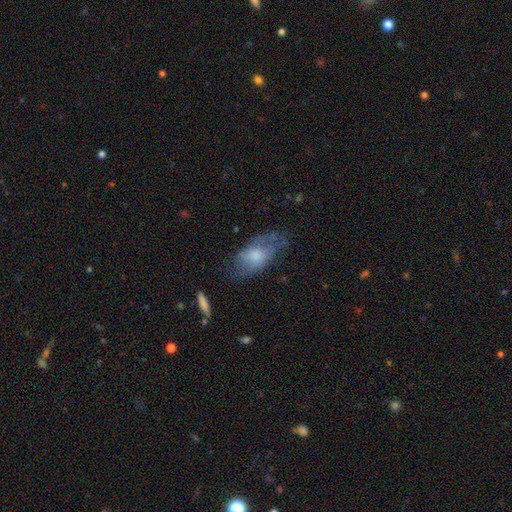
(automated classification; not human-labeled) Morphology: type=smooth (60%); roundness=in between (90%); merging=none (50%).